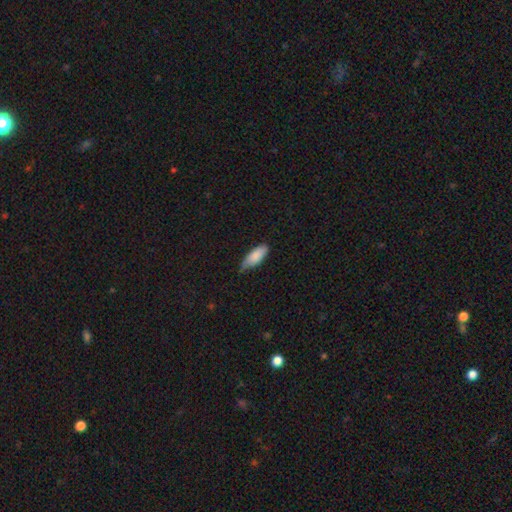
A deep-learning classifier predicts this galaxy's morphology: type=smooth (86%); roundness=in between (78%); merging=none (53%).